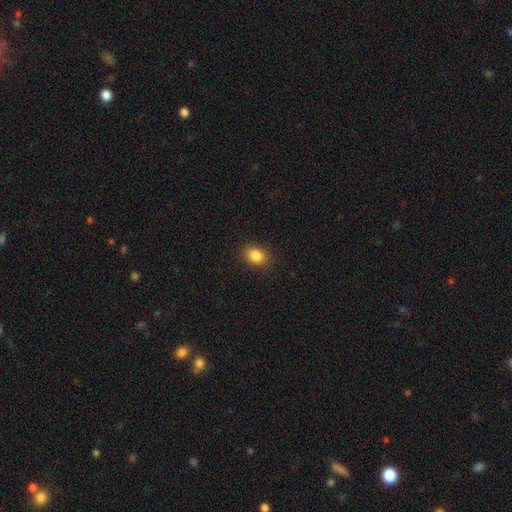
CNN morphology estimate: type=smooth (85%); roundness=in between (68%); merging=none (87%).